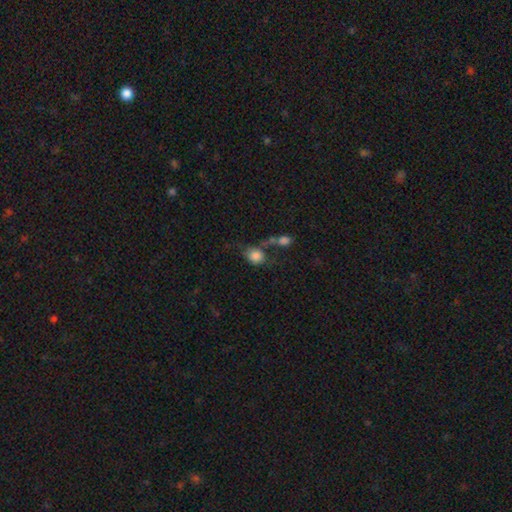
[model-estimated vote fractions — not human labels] This appears to be a smooth galaxy with no disk features (80%) that is round (63%). Merging: none (39%).